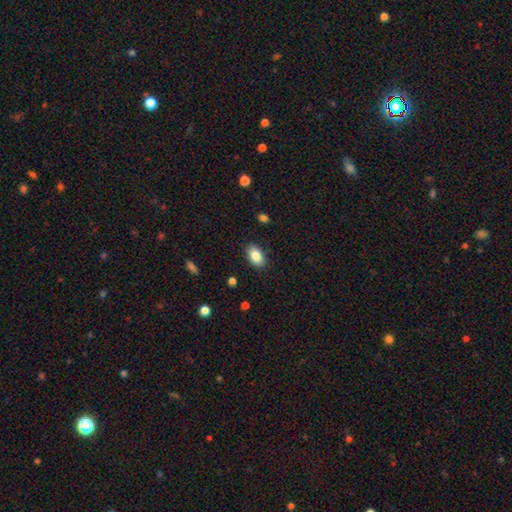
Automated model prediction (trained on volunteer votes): This appears to be a smooth galaxy with no disk features (87%) that is in between round and cigar-shaped (92%). Merging: none (87%).